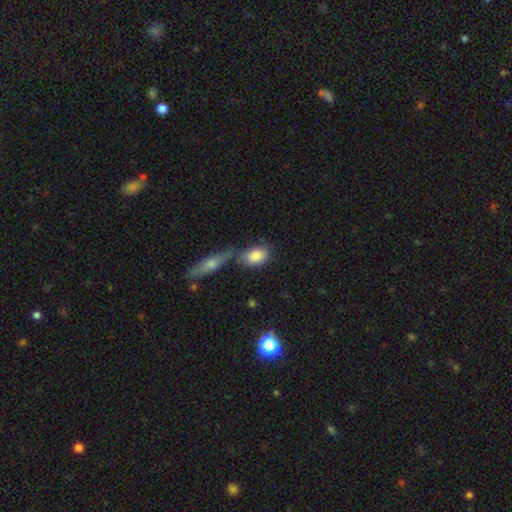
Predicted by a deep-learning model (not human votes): This is clearly a smooth galaxy (85%). How rounded: clearly in between (83%). Merging: possibly none (50%).